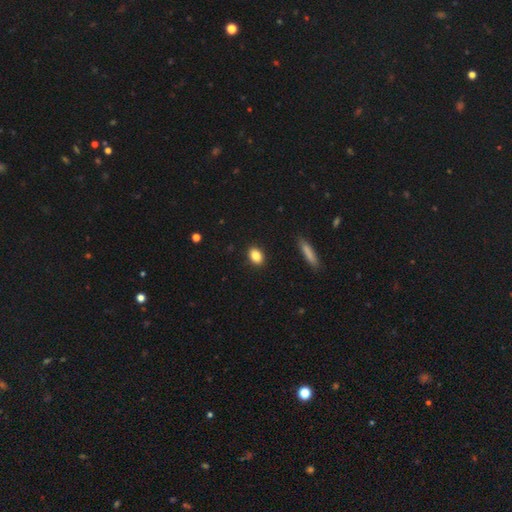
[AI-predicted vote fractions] The model was most divided on "how rounded": in between: 77%, round: 20%, cigar-shaped: 3%. More confident: merging — none (90%); smooth or featured — smooth (86%).